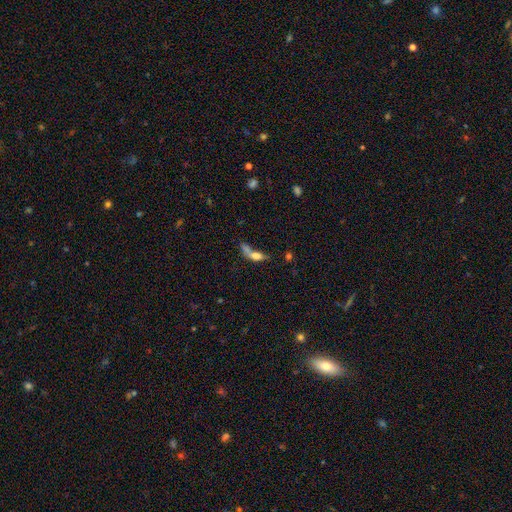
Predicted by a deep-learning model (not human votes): smooth_or_featured: smooth (p=0.63) [alt: featured or disk p=0.25]
how_rounded: in between (p=0.56) [alt: cigar-shaped p=0.34]
merging: merger (p=0.43) [alt: none p=0.23]